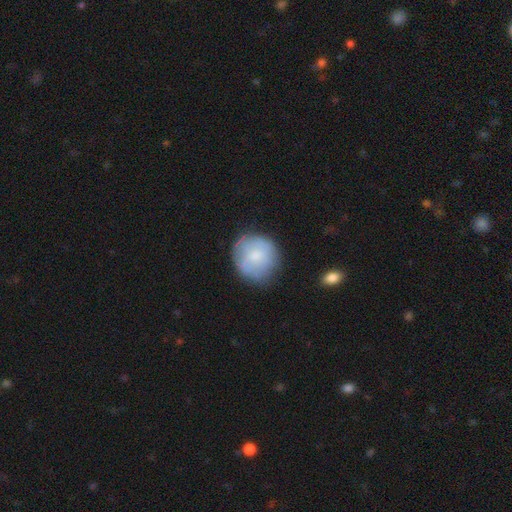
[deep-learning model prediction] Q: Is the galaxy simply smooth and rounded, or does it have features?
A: smooth — 64%.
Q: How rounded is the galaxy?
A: round — 88%.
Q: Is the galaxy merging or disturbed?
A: none — 71%.